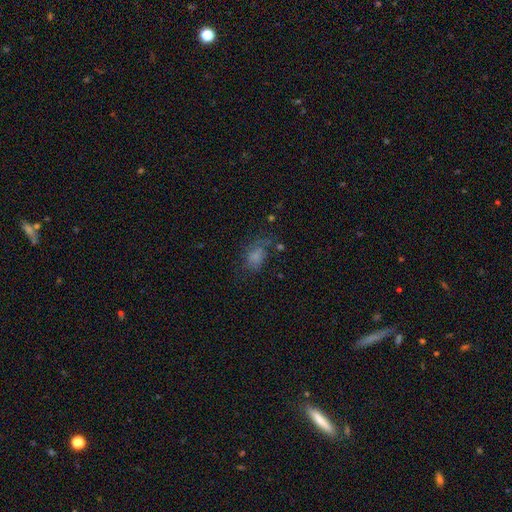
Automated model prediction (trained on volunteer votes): smooth_or_featured: smooth (p=0.59) [alt: featured or disk p=0.24]
how_rounded: in between (p=0.82) [alt: round p=0.15]
merging: none (p=0.45) [alt: minor disturbance p=0.26]